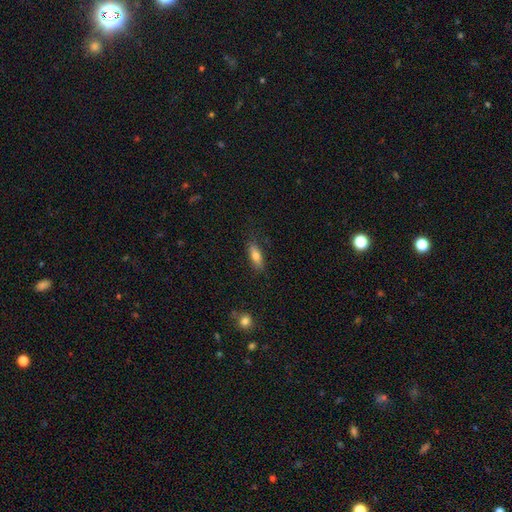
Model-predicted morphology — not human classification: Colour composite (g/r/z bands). It shows a smooth galaxy with no disk features (75%) that is in between round and cigar-shaped (68%). Merging: none (79%).